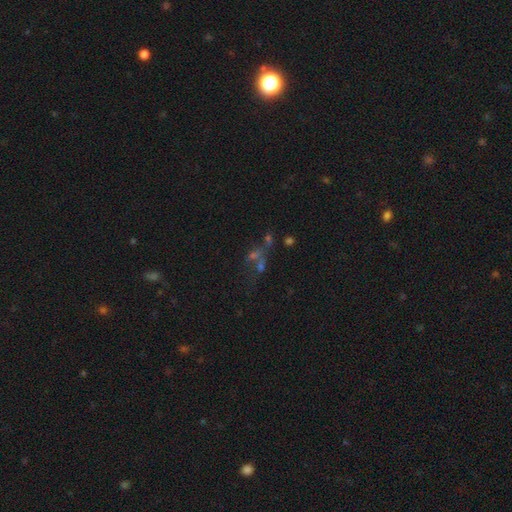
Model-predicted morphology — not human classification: Overall: star or artifact (41%; featured or disk 31%).